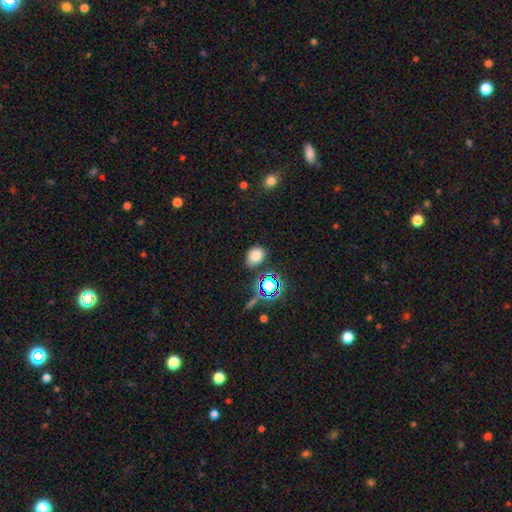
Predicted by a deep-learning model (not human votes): This appears to be a smooth galaxy with no disk features (73%) that is in between round and cigar-shaped (65%). Merging: none (77%).